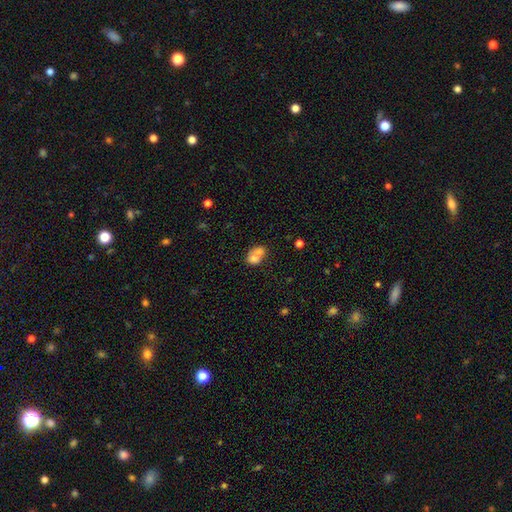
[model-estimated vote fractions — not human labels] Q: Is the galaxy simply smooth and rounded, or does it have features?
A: smooth — 68%.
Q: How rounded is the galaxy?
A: in between — 51%.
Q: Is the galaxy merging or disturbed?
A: merger — 69%.